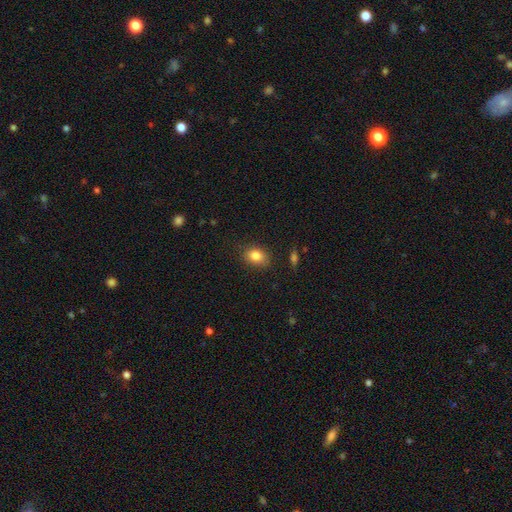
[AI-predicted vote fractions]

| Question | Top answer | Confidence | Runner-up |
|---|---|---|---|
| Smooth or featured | smooth | 84% | star or artifact (9%) |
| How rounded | in between | 69% | round (30%) |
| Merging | none | 81% | minor disturbance (14%) |